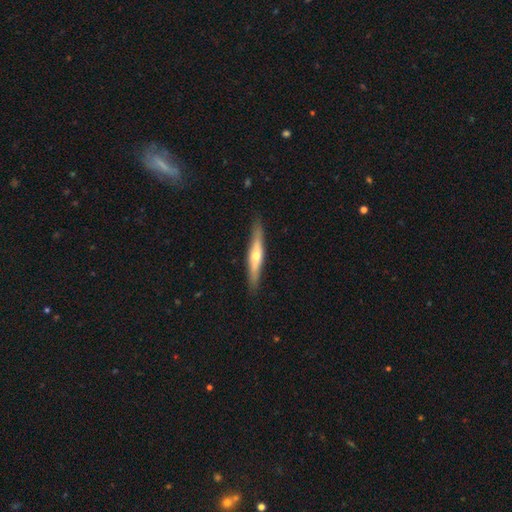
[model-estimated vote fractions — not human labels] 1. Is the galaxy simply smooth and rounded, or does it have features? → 61% featured or disk, 33% smooth, 5% star or artifact.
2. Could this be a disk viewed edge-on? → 93% yes, 7% no.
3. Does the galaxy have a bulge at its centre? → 89% rounded, 8% none, 3% boxy.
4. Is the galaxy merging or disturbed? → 88% none, 9% minor disturbance, 2% major disturbance, 1% merger.